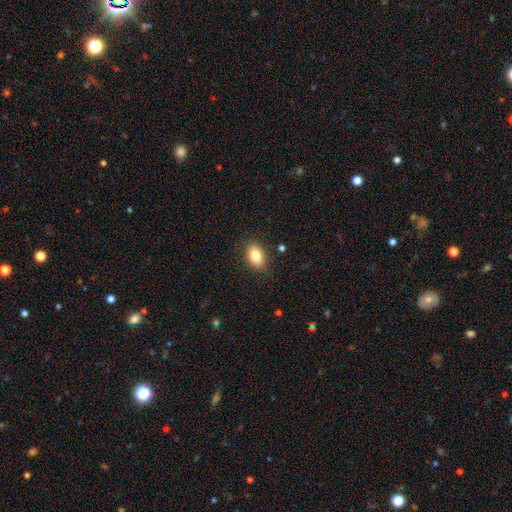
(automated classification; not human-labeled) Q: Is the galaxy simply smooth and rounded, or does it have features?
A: smooth — 82%.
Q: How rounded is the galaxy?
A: in between — 83%.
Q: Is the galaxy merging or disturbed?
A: none — 84%.